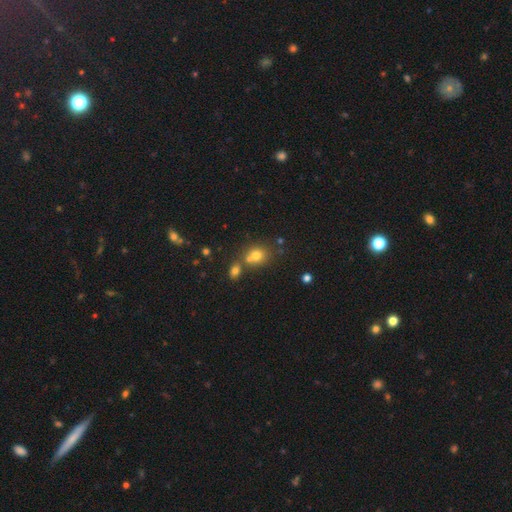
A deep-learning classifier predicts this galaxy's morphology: A smooth galaxy with no disk features (74%) that is round (69%). Merging: none (48%).